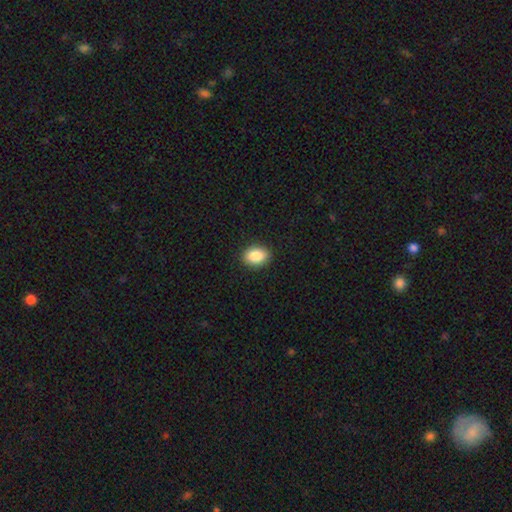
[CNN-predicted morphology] The model was most divided on "how rounded": in between: 77%, round: 22%, cigar-shaped: 1%. More confident: merging — none (91%); smooth or featured — smooth (87%).